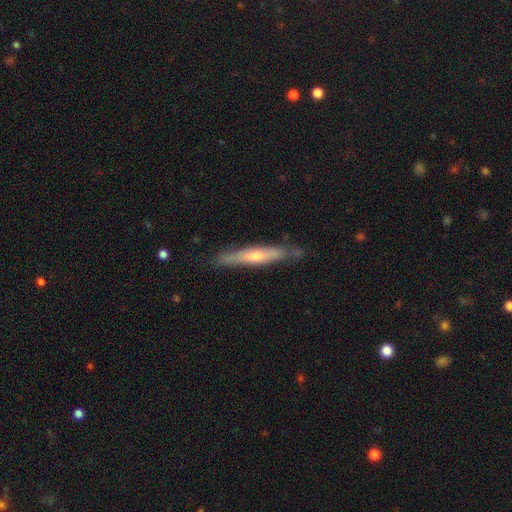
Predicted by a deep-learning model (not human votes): The model was most divided on "smooth or featured": featured or disk: 62%, smooth: 31%, star or artifact: 7%. More confident: edge-on disk — yes (87%); merging — none (82%); edge-on bulge — rounded (76%).